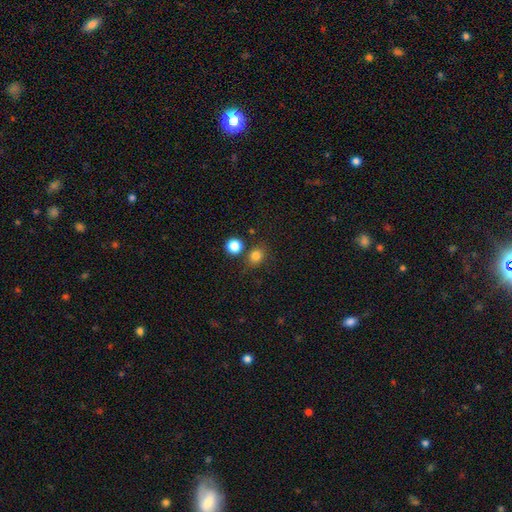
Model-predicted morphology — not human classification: smooth_or_featured: smooth (p=0.81) [alt: star or artifact p=0.14]
how_rounded: round (p=0.72) [alt: in between p=0.27]
merging: none (p=0.75) [alt: merger p=0.12]